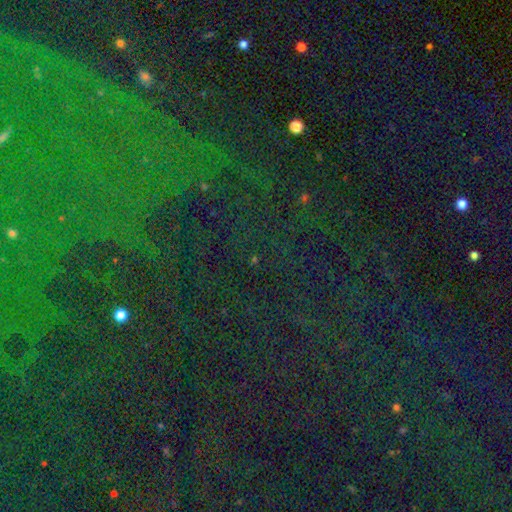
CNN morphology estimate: A star or artifact, not a galaxy (83%).